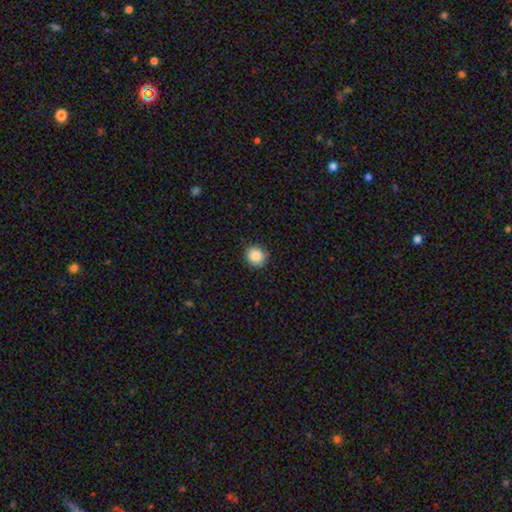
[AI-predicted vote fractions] The model was most divided on "how rounded": round: 86%, in between: 14%, cigar-shaped: 1%. More confident: merging — none (88%); smooth or featured — smooth (87%).